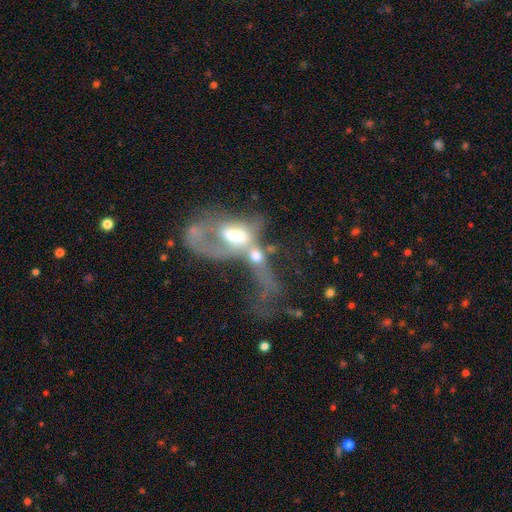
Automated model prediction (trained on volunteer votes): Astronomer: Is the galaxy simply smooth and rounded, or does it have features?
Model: featured or disk — 51% (runner-up: smooth, 37%).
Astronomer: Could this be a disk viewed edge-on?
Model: no — 85%.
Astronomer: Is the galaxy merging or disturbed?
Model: merger — 70%.